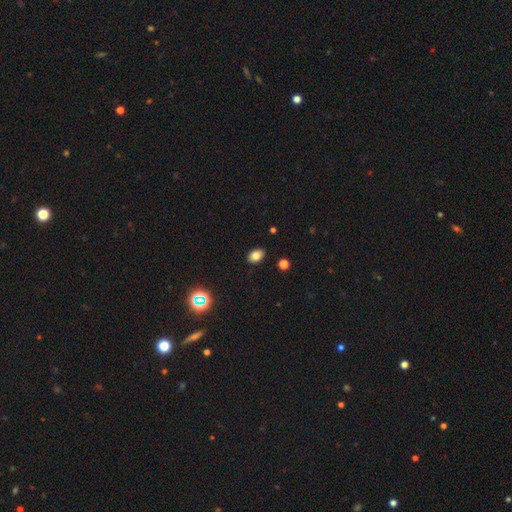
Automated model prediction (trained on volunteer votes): This is likely a smooth galaxy (79%). How rounded: clearly in between (81%). Merging: clearly none (88%).